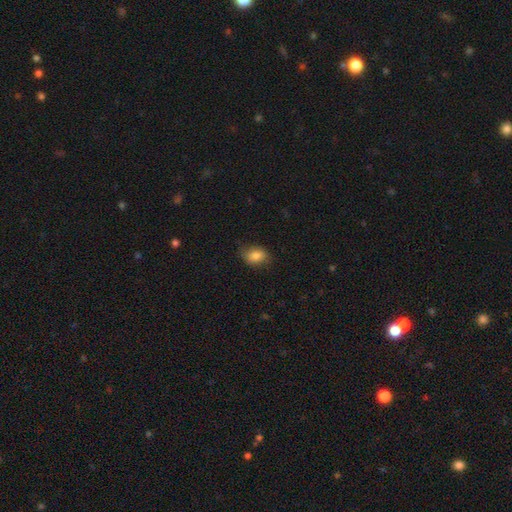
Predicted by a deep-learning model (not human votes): smooth 84%, star or artifact 9%, featured or disk 7%. Down the decision tree: how rounded — in between (71%); merging — none (74%).